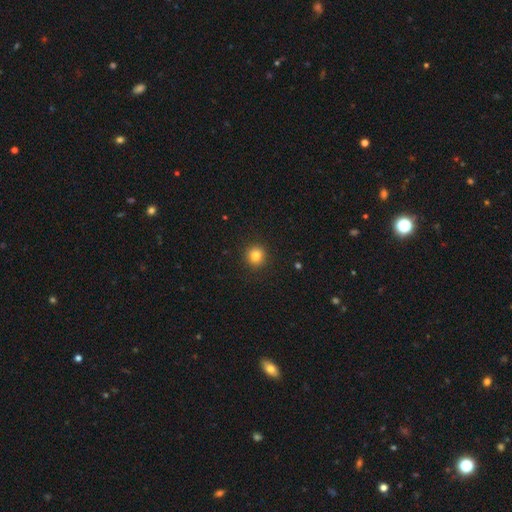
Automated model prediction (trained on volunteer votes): Q: Smooth or featured?
A: smooth (82%); runner-up: star or artifact (12%)
Q: How rounded?
A: round (92%); runner-up: in between (7%)
Q: Merging?
A: none (92%); runner-up: minor disturbance (5%)